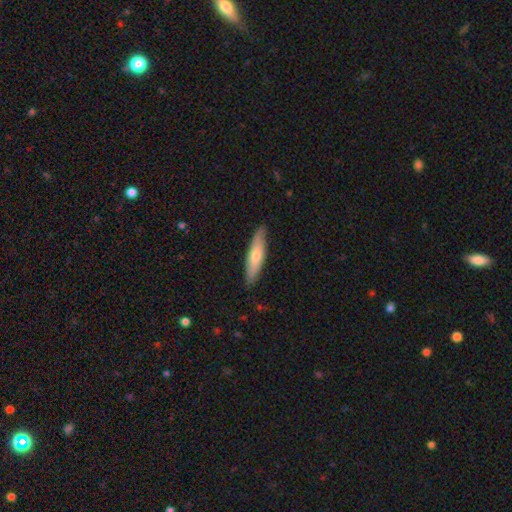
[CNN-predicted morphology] smooth 60%, featured or disk 35%, star or artifact 5%. Down the decision tree: how rounded — cigar-shaped (76%); merging — none (87%).